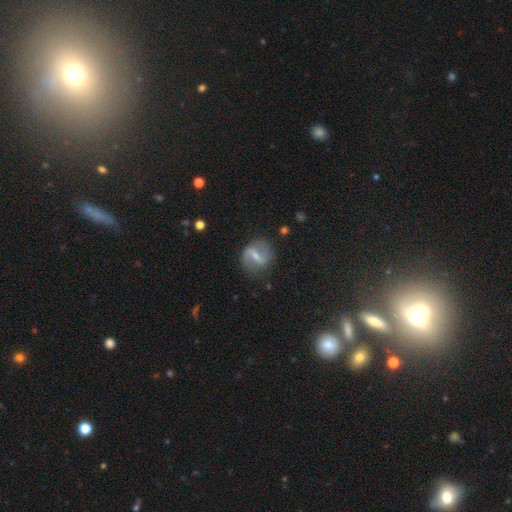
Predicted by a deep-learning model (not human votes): Smooth or featured?
  - featured or disk: 69% *
  - smooth: 24%
  - star or artifact: 7%
Edge-on disk?
  - no: 96% *
  - yes: 4%
Bar?
  - strong: 46% *
  - weak: 42%
  - no: 12%
Spiral arms?
  - yes: 81% *
  - no: 19%
Spiral winding?
  - loose: 49% *
  - medium: 38%
  - tight: 13%
Spiral arm count?
  - 2: 87% *
  - can't tell: 7%
  - 1: 4%
  - 3: 1%
  - 4: 1%
  - more than 4: 1%
Bulge size?
  - small: 52% *
  - moderate: 40%
  - none: 5%
  - large: 2%
  - dominant: 1%
Merging?
  - none: 75% *
  - minor disturbance: 16%
  - major disturbance: 7%
  - merger: 2%